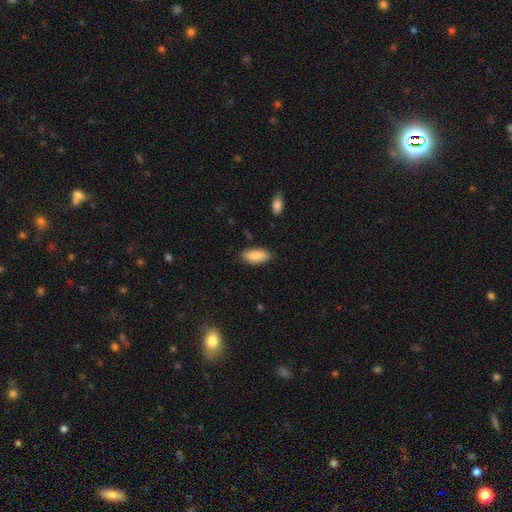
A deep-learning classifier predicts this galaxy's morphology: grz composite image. It shows a smooth galaxy with no disk features (87%) that is in between round and cigar-shaped (88%). Merging: none (84%).